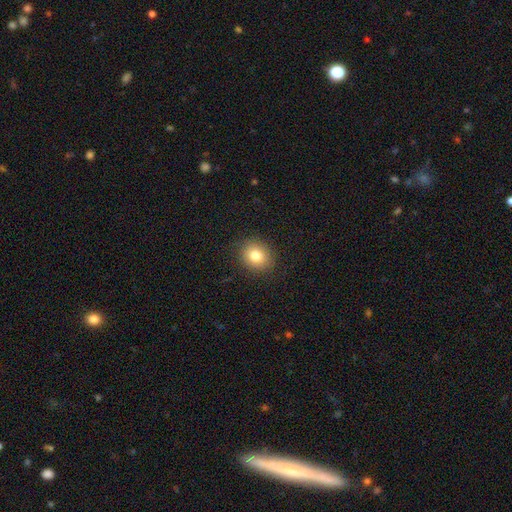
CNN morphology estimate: Overall: smooth (81%). How rounded: round (71%). Merging: none (88%).